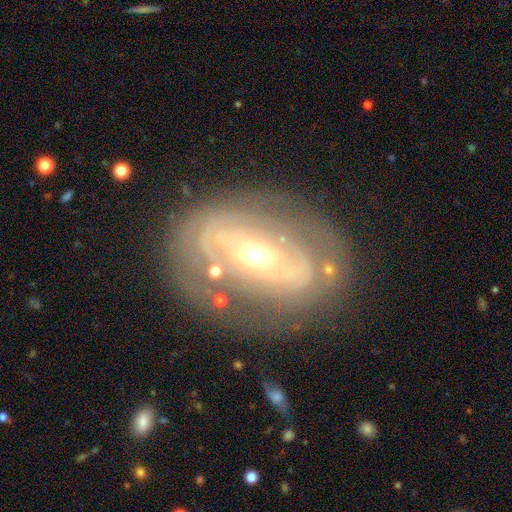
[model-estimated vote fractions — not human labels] Smooth or featured? Predicted: featured or disk (p=0.82). Edge-on disk? Predicted: no (p=0.95). Bar? Predicted: no (p=0.45). Spiral arms? Predicted: yes (p=0.79). Spiral winding? Predicted: tight (p=0.57). Spiral arm count? Predicted: 2 (p=0.48). Bulge size? Predicted: moderate (p=0.56). Merging? Predicted: none (p=0.63).